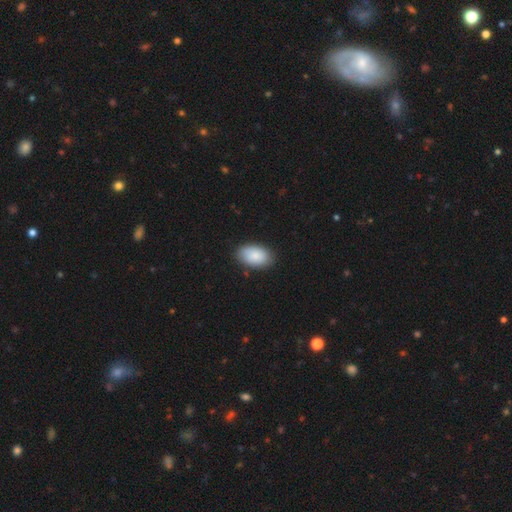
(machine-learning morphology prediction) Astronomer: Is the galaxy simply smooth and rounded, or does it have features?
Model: smooth — 88%.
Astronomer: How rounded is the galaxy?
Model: in between — 94%.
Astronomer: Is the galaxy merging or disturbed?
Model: none — 86%.